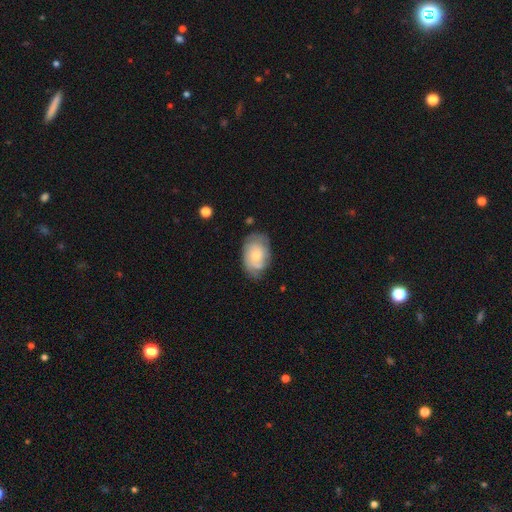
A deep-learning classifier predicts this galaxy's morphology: Smooth or featured? Predicted: smooth (p=0.49). Merging? Predicted: none (p=0.64).